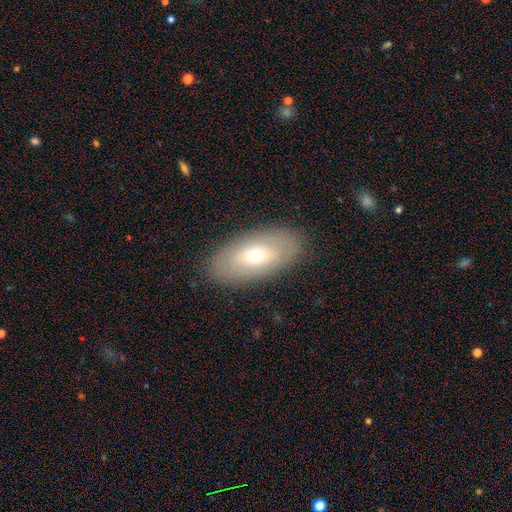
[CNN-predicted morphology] Smooth or featured: smooth — 55% (featured or disk — 37%)
How rounded: in between — 90% (cigar-shaped — 7%)
Merging: none — 87% (minor disturbance — 9%)